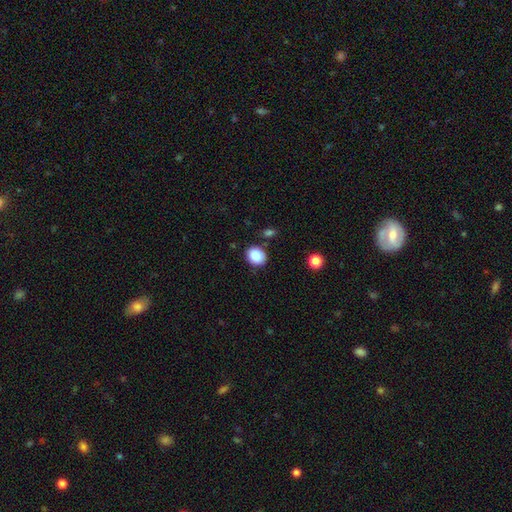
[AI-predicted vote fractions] smooth 88%, star or artifact 8%, featured or disk 4%. Down the decision tree: how rounded — round (59%); merging — none (80%).